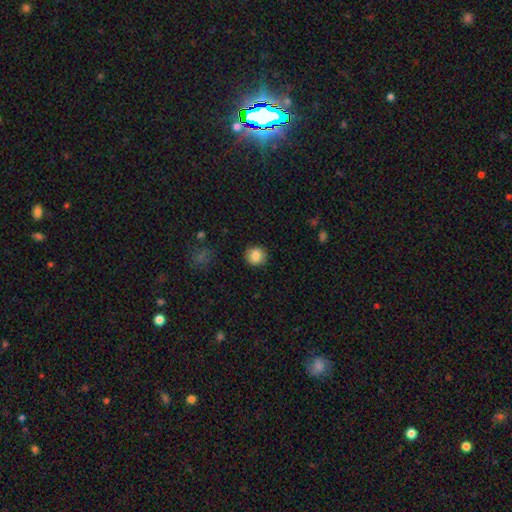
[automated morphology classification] Smooth or featured? smooth (86%)
How rounded? round (90%)
Merging? none (89%)